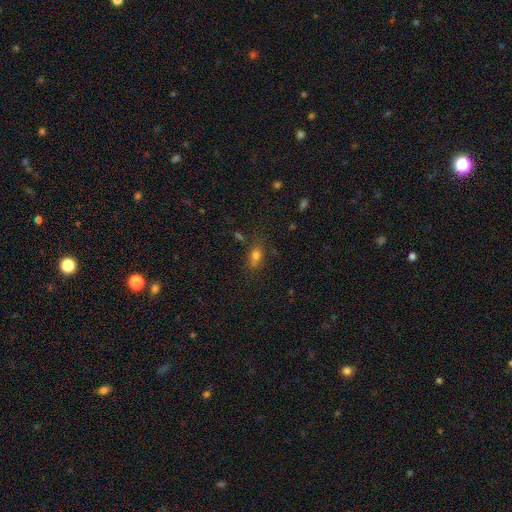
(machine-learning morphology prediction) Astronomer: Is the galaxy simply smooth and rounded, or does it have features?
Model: smooth — 72%.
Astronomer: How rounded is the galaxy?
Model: in between — 65%.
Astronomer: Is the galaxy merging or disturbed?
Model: none — 57%.